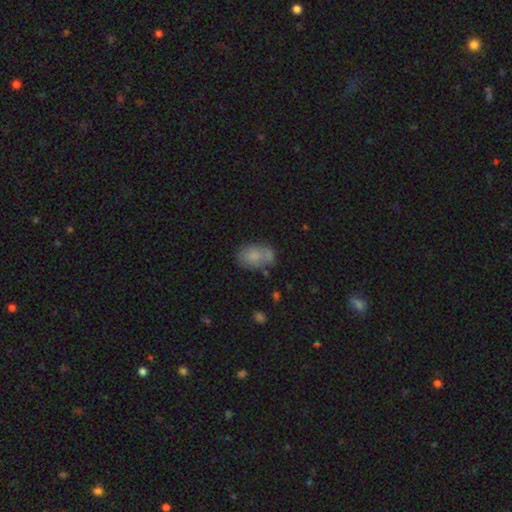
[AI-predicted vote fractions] smooth_or_featured: smooth (p=0.77) [alt: featured or disk p=0.14]
how_rounded: in between (p=0.79) [alt: round p=0.19]
merging: none (p=0.55) [alt: minor disturbance p=0.20]